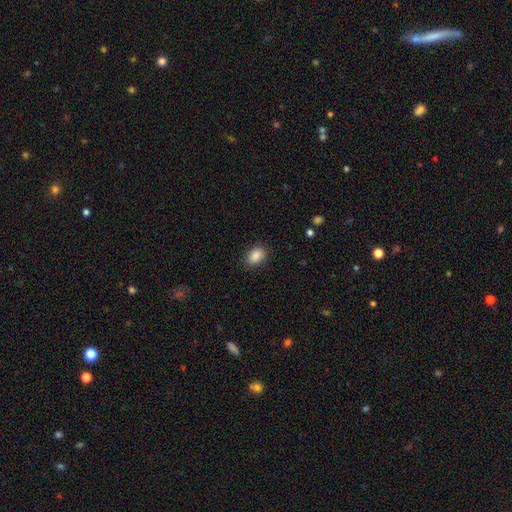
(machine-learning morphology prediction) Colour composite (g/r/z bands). It shows a smooth galaxy with no disk features (88%) that is in between round and cigar-shaped (77%). Merging: none (86%).